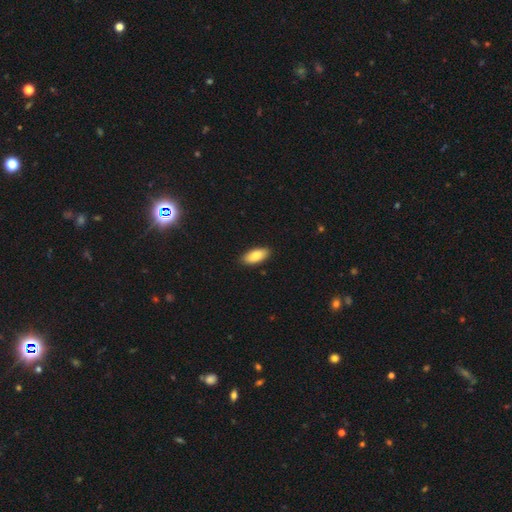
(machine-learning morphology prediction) The model was most divided on "smooth or featured": smooth: 85%, featured or disk: 9%, star or artifact: 6%. More confident: merging — none (88%); how rounded — in between (88%).